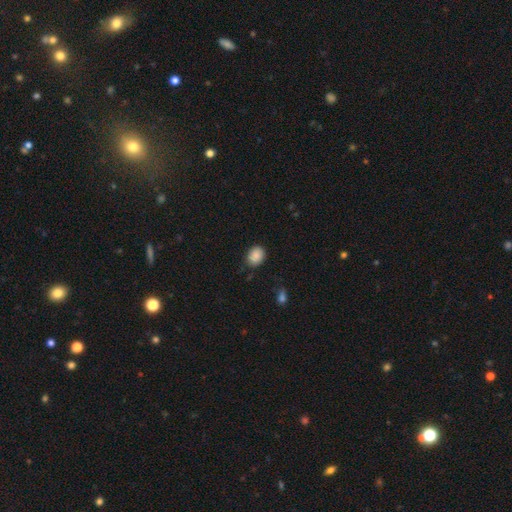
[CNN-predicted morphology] A smooth galaxy with no disk features (88%) that is in between round and cigar-shaped (56%).

Vote fractions:
- Smooth or featured? smooth: 88% / star or artifact: 8% / featured or disk: 4%
- How rounded? in between: 56% / round: 43% / cigar-shaped: 1%
- Merging? none: 82% / minor disturbance: 14% / major disturbance: 3% / merger: 1%